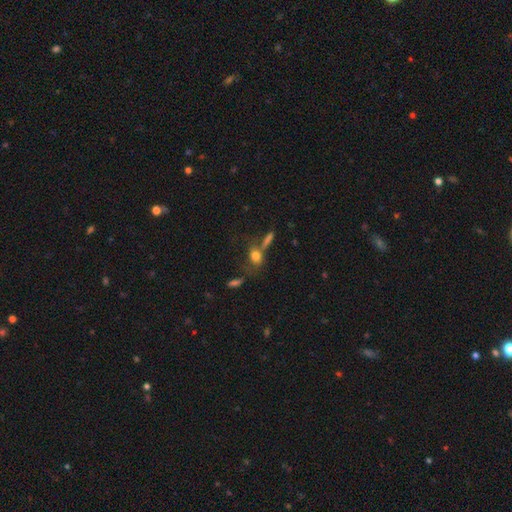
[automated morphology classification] This appears to be a smooth galaxy with no disk features (72%) that is in between round and cigar-shaped (55%). Merging: none (51%).